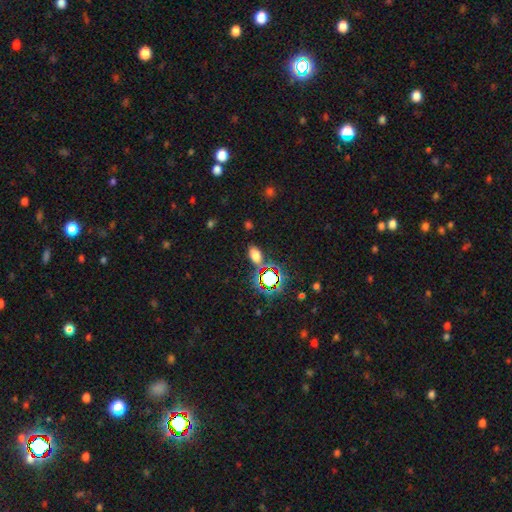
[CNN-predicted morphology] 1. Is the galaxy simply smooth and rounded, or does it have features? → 64% smooth, 28% star or artifact, 8% featured or disk.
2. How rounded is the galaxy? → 88% in between, 9% round, 3% cigar-shaped.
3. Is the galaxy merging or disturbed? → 76% none, 13% minor disturbance, 6% merger, 5% major disturbance.